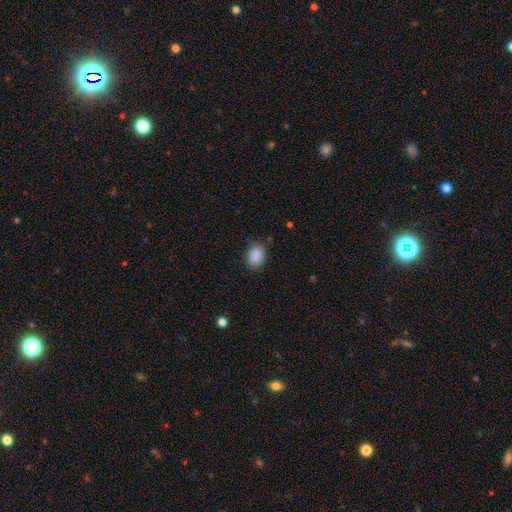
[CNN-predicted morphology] This is clearly a smooth galaxy (89%). How rounded: likely in between (72%). Merging: clearly none (83%).